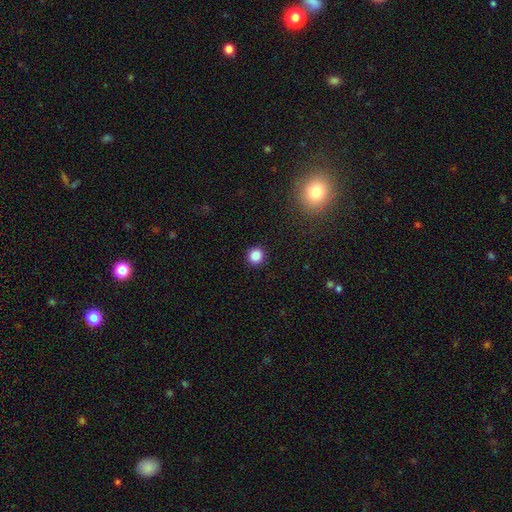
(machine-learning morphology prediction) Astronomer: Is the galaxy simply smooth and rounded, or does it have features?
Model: smooth — 86%.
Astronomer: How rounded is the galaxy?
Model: round — 89%.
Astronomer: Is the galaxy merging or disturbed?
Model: none — 91%.